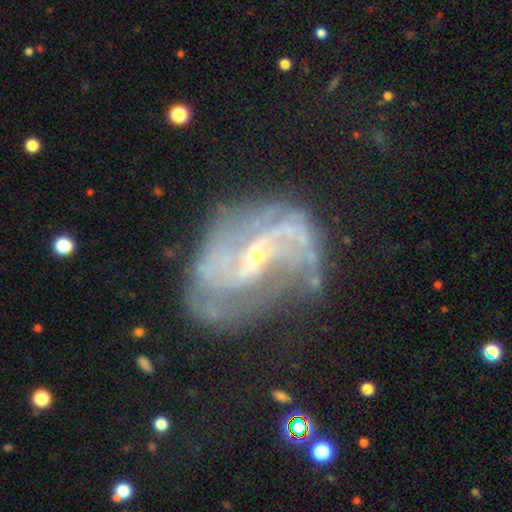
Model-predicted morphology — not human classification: Smooth or featured: featured or disk — 87% (star or artifact — 7%)
Edge-on disk: no — 97% (yes — 3%)
Bar: weak — 44% (no — 31%)
Spiral arms: yes — 94% (no — 6%)
Spiral winding: medium — 43% (loose — 32%)
Spiral arm count: 2 — 57% (can't tell — 17%)
Bulge size: small — 74% (moderate — 23%)
Merging: none — 51% (minor disturbance — 24%)